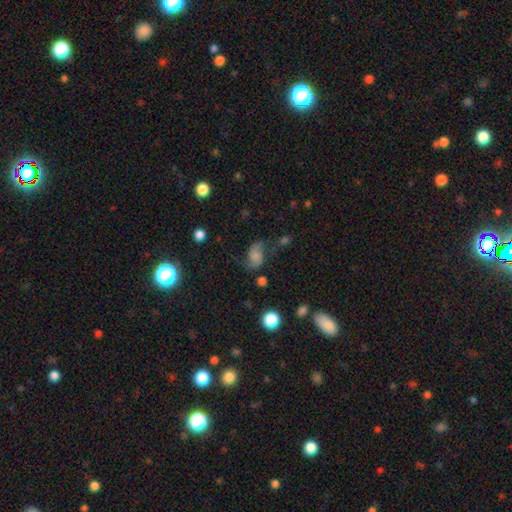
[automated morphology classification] The model was most divided on "smooth or featured": smooth: 45%, featured or disk: 40%, star or artifact: 15%. Remaining: merging — none (48%).